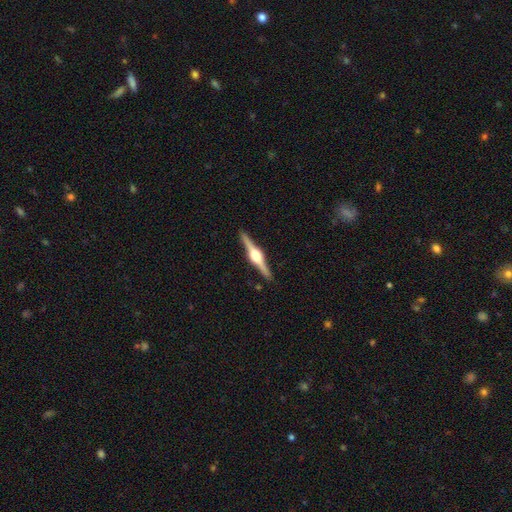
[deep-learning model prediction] This appears to be a featured or disk galaxy (87%) viewed edge-on (99%) with a rounded central bulge (95%). Merging: none (92%).